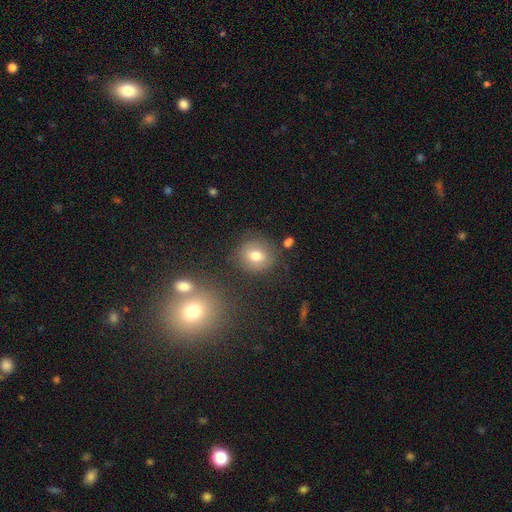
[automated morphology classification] A smooth galaxy with no disk features (71%) that is round (73%). Merging: none (79%).